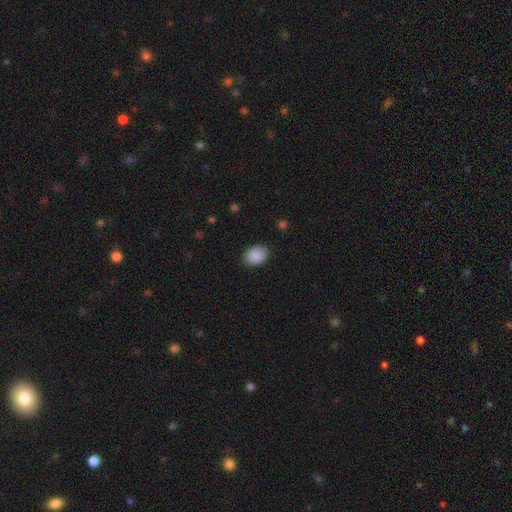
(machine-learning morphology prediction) Smooth or featured? smooth (89%)
How rounded? in between (75%)
Merging? none (85%)